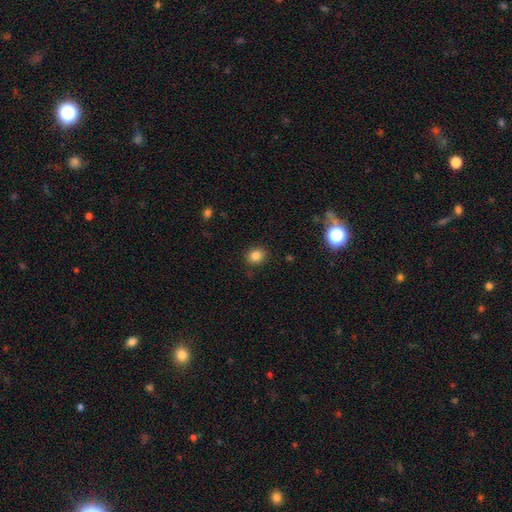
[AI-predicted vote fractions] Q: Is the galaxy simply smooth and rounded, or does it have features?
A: smooth — 84%.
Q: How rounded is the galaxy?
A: round — 71%.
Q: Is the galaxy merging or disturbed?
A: none — 87%.